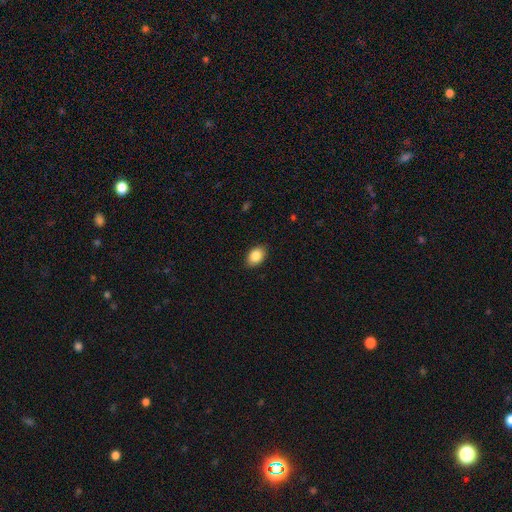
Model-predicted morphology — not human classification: smooth 86%, star or artifact 8%, featured or disk 6%. Down the decision tree: how rounded — in between (82%); merging — none (87%).